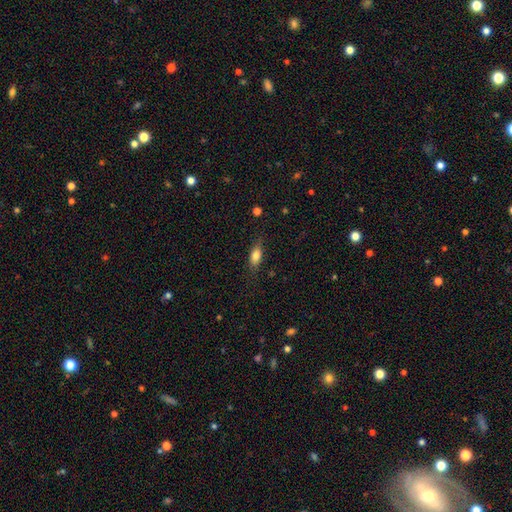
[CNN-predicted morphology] Smooth or featured? smooth (78%)
How rounded? in between (78%)
Merging? none (77%)